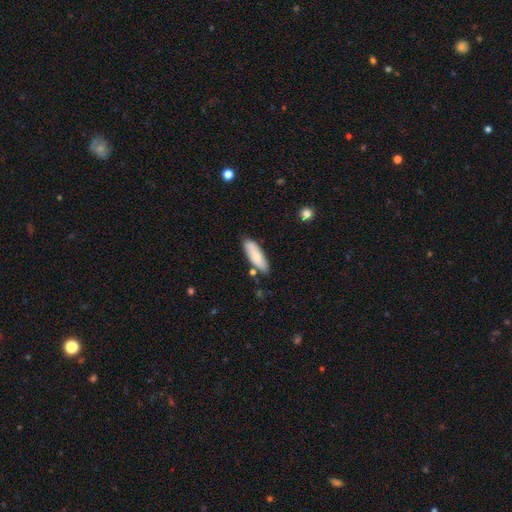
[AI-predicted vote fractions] Smooth or featured: smooth — 75% (featured or disk — 19%)
How rounded: in between — 58% (cigar-shaped — 40%)
Merging: none — 79% (minor disturbance — 14%)